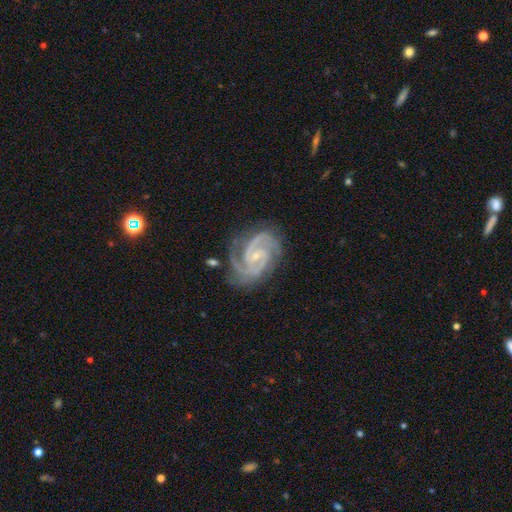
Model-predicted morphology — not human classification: Smooth or featured? featured or disk (93%)
Edge-on disk? no (98%)
Bar? no (48%)
Spiral arms? yes (99%)
Spiral winding? tight (54%)
Spiral arm count? 2 (62%)
Bulge size? small (79%)
Merging? none (74%)